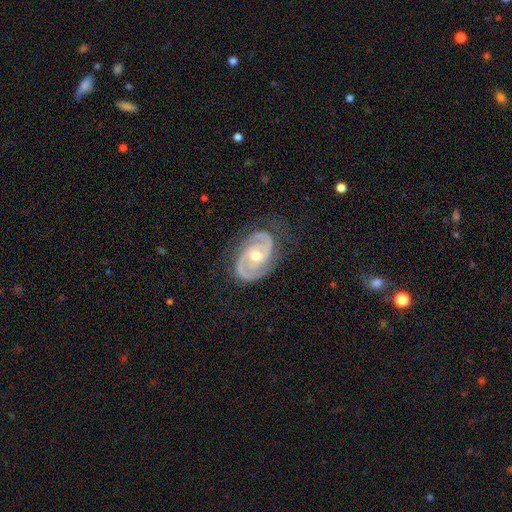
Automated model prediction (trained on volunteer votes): Morphology: type=featured or disk (92%); edge-on=no (97%); bar=no (59%); spiral arms=yes (98%); winding=tight (57%); arm count=2 (89%); bulge=moderate (69%); merging=none (78%).